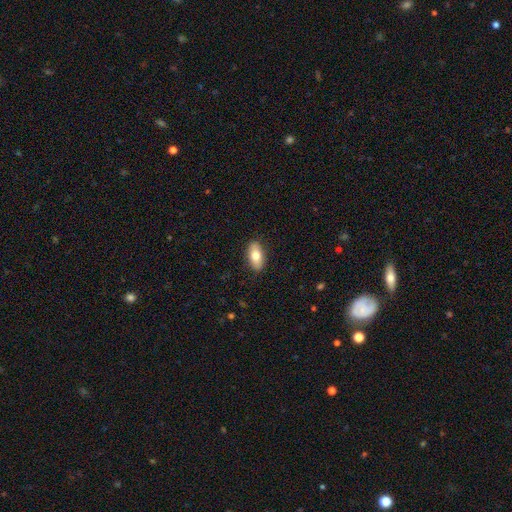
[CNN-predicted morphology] smooth 76%, featured or disk 17%, star or artifact 6%. Down the decision tree: how rounded — in between (89%); merging — none (89%).